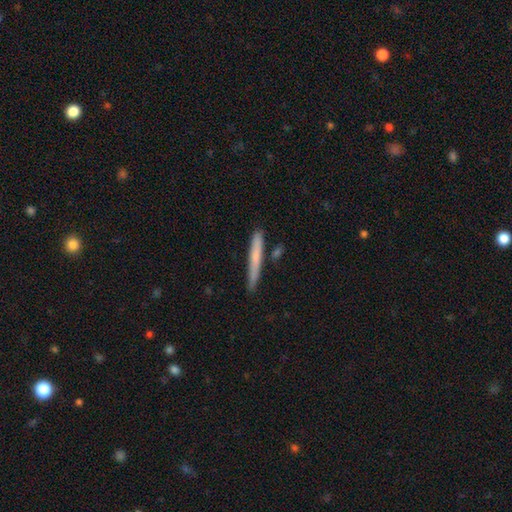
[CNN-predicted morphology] smooth 65%, featured or disk 29%, star or artifact 6%. Down the decision tree: how rounded — cigar-shaped (96%); merging — none (82%).